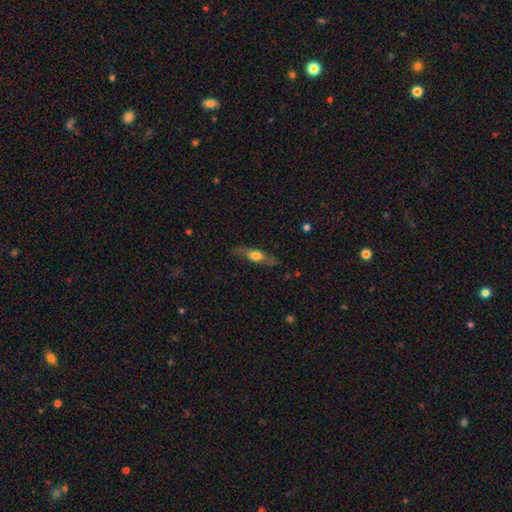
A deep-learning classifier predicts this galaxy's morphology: type=smooth (48%); merging=none (75%).